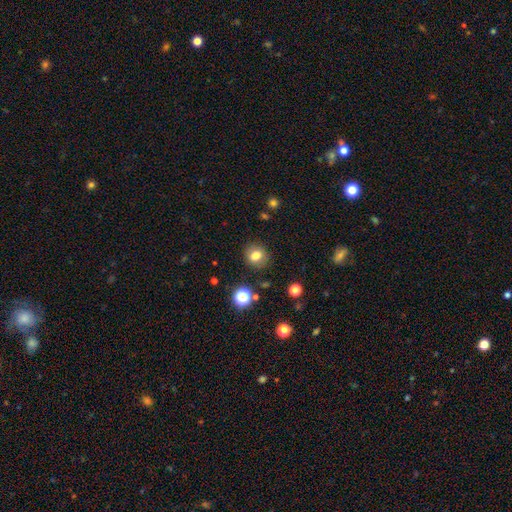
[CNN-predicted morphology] A smooth galaxy with no disk features (78%) that is round (74%). Merging: none (86%).